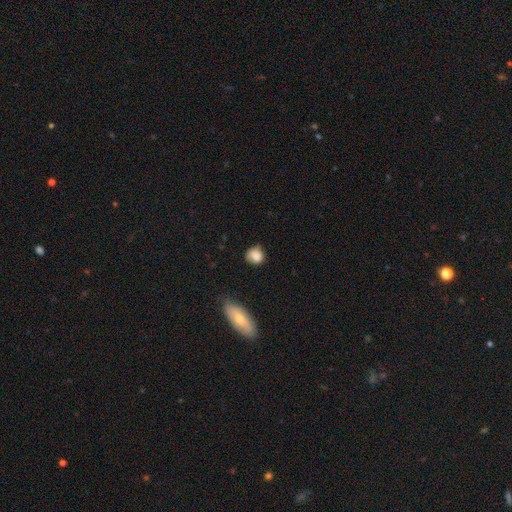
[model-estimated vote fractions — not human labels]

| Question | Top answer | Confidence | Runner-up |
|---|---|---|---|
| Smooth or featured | smooth | 84% | star or artifact (8%) |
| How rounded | round | 74% | in between (24%) |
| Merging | none | 62% | minor disturbance (29%) |